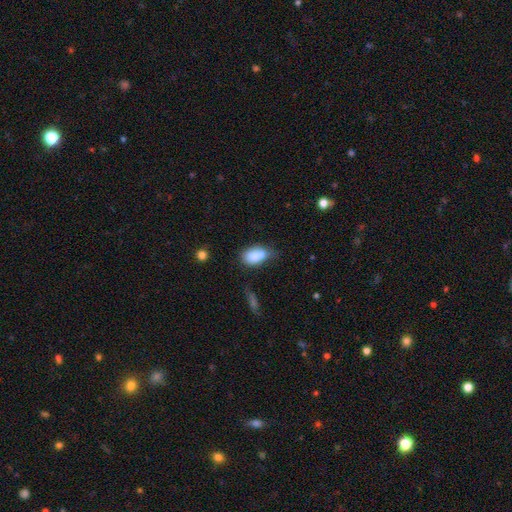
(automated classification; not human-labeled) This appears to be a smooth galaxy with no disk features (81%) that is in between round and cigar-shaped (89%). Merging: none (41%).